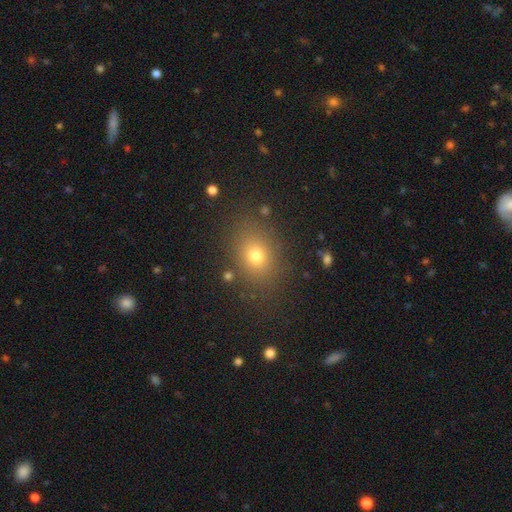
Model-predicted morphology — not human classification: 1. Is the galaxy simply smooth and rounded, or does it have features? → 72% smooth, 18% star or artifact, 10% featured or disk.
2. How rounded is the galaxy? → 54% in between, 45% round, 1% cigar-shaped.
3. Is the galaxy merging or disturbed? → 83% none, 10% minor disturbance, 4% major disturbance, 2% merger.